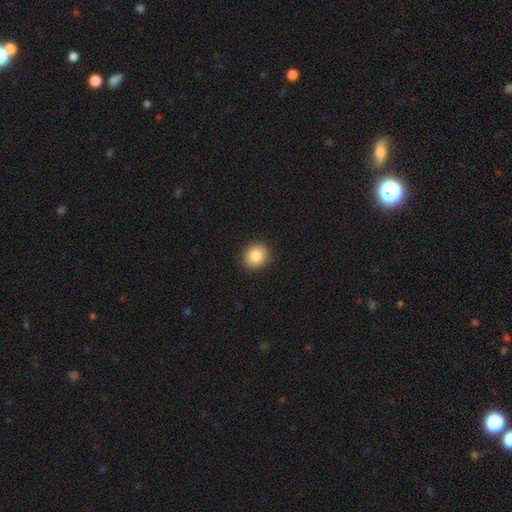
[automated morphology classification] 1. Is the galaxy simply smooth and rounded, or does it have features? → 83% smooth, 9% star or artifact, 8% featured or disk.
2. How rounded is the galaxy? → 84% round, 15% in between, 1% cigar-shaped.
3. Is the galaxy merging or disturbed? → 92% none, 6% minor disturbance, 2% major disturbance, 1% merger.